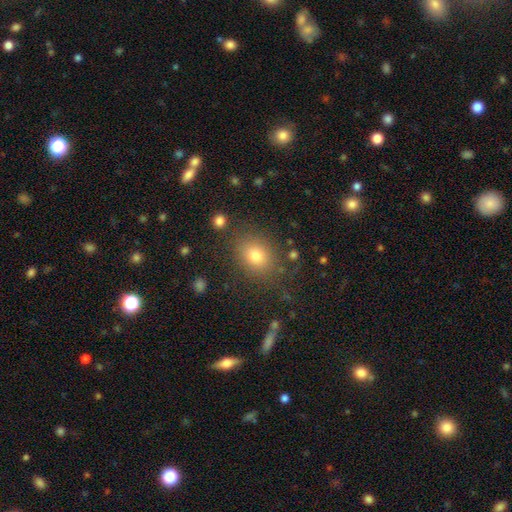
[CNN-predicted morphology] Smooth or featured?
  - smooth: 77% *
  - star or artifact: 13%
  - featured or disk: 10%
How rounded?
  - in between: 50% *
  - round: 48%
  - cigar-shaped: 1%
Merging?
  - none: 80% *
  - minor disturbance: 12%
  - major disturbance: 5%
  - merger: 3%